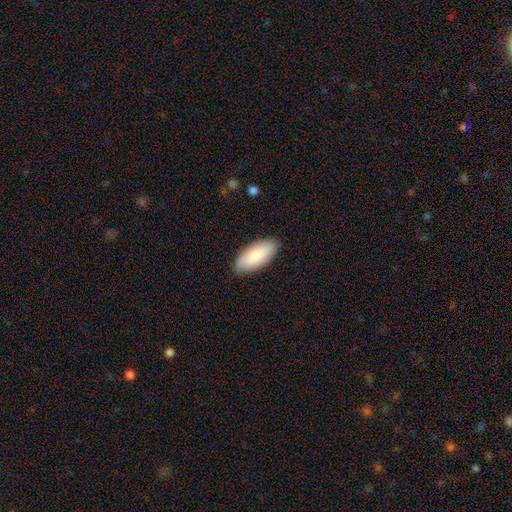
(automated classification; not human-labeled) A smooth galaxy with no disk features (83%) that is in between round and cigar-shaped (89%). Merging: none (87%).